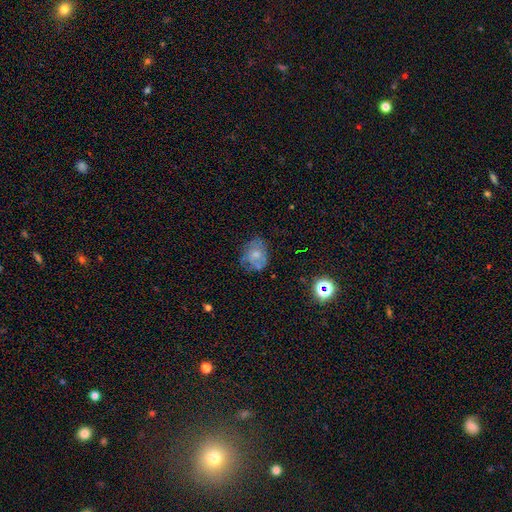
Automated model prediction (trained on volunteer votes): smooth 50%, featured or disk 39%, star or artifact 11%. Down the decision tree: merging — none (56%).